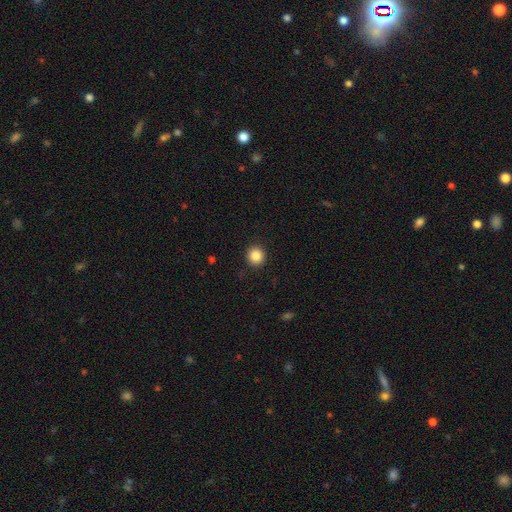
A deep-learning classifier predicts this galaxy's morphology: A smooth galaxy with no disk features (87%) that is round (91%). Merging: none (92%).